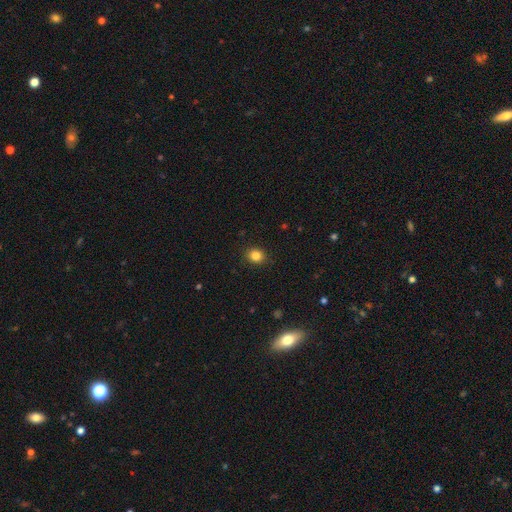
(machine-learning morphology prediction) type=smooth (84%); roundness=round (74%); merging=none (90%).